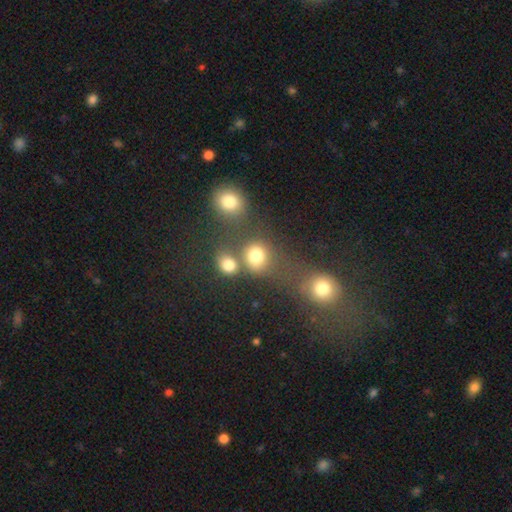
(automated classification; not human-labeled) Smooth or featured: smooth — 78% (star or artifact — 15%)
How rounded: round — 77% (in between — 22%)
Merging: none — 54% (merger — 30%)